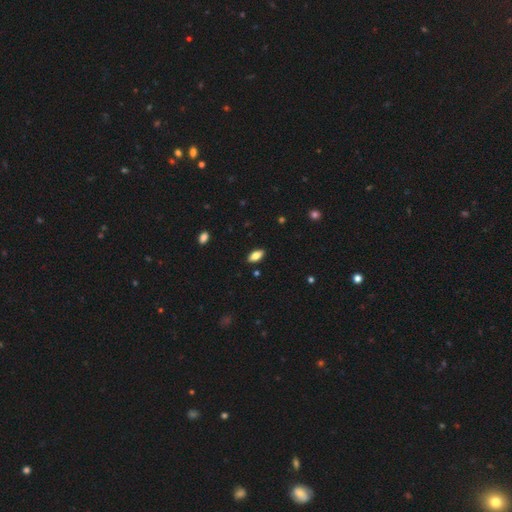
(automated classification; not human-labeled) Overall: smooth (79%). How rounded: in between (87%). Merging: none (88%).